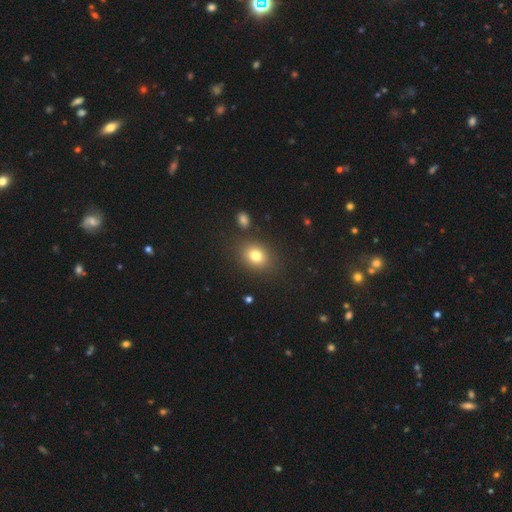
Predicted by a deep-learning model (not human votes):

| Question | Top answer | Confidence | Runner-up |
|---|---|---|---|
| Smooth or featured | smooth | 79% | star or artifact (12%) |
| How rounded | in between | 51% | round (48%) |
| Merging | none | 82% | minor disturbance (10%) |